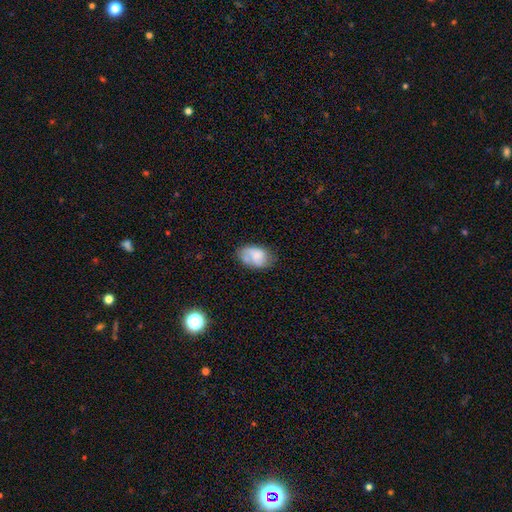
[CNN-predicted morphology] Q: Smooth or featured?
A: smooth (60%); runner-up: featured or disk (32%)
Q: How rounded?
A: in between (86%); runner-up: round (12%)
Q: Merging?
A: none (53%); runner-up: minor disturbance (29%)